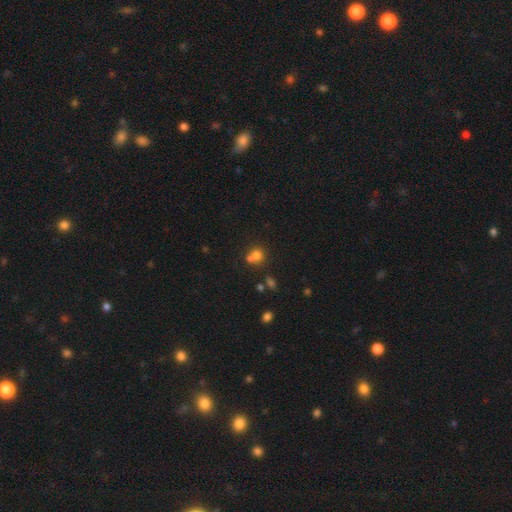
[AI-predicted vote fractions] Smooth or featured: smooth — 74% (star or artifact — 16%)
How rounded: round — 80% (in between — 19%)
Merging: none — 44% (merger — 43%)